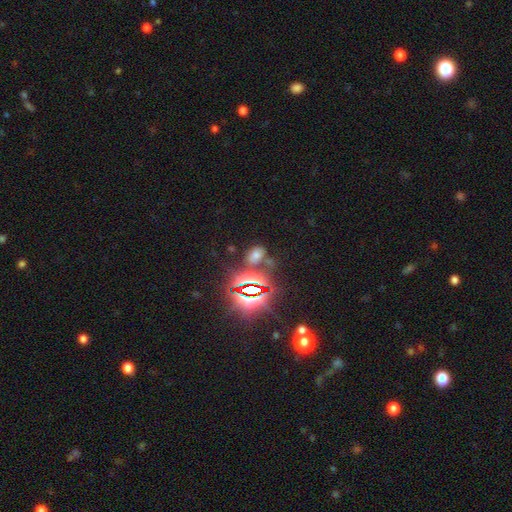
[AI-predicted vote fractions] A smooth galaxy with no disk features (46%).

Vote fractions:
- Smooth or featured? smooth: 46% / star or artifact: 44% / featured or disk: 10%
- Merging? none: 71% / minor disturbance: 13% / merger: 10% / major disturbance: 6%